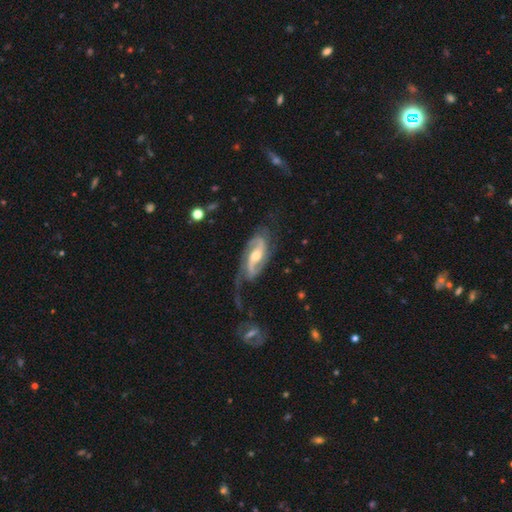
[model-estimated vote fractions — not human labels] Q: Smooth or featured?
A: featured or disk (89%); runner-up: smooth (6%)
Q: Edge-on disk?
A: no (94%); runner-up: yes (6%)
Q: Bar?
A: weak (40%); runner-up: no (32%)
Q: Spiral arms?
A: yes (97%); runner-up: no (3%)
Q: Spiral winding?
A: medium (47%); runner-up: loose (30%)
Q: Spiral arm count?
A: 2 (90%); runner-up: can't tell (4%)
Q: Bulge size?
A: moderate (68%); runner-up: small (21%)
Q: Merging?
A: none (54%); runner-up: minor disturbance (23%)